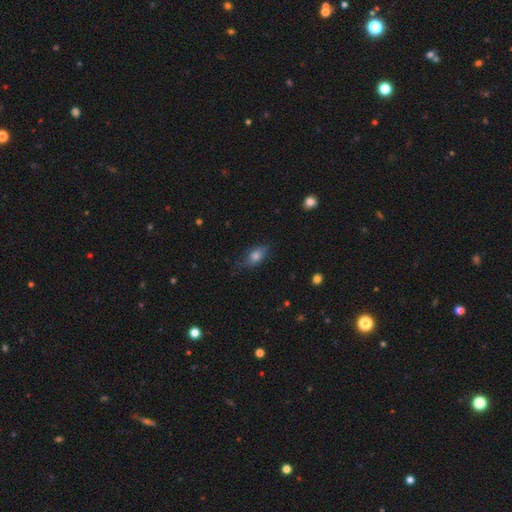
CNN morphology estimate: A smooth galaxy with no disk features (74%) that is in between round and cigar-shaped (82%). Merging: none (71%).